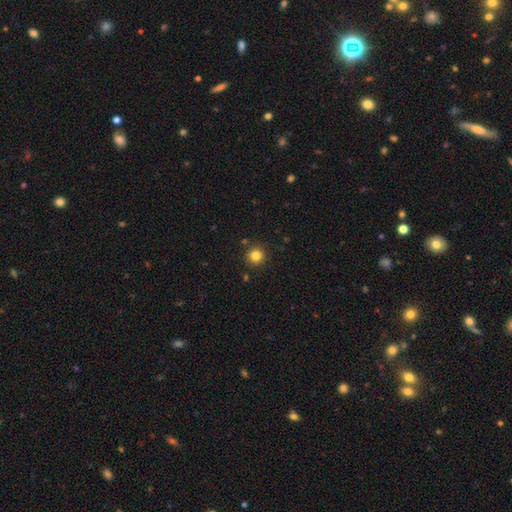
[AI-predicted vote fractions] Smooth or featured?
  - smooth: 82% *
  - star or artifact: 13%
  - featured or disk: 5%
How rounded?
  - round: 95% *
  - in between: 4%
  - cigar-shaped: 1%
Merging?
  - none: 90% *
  - minor disturbance: 6%
  - merger: 2%
  - major disturbance: 2%